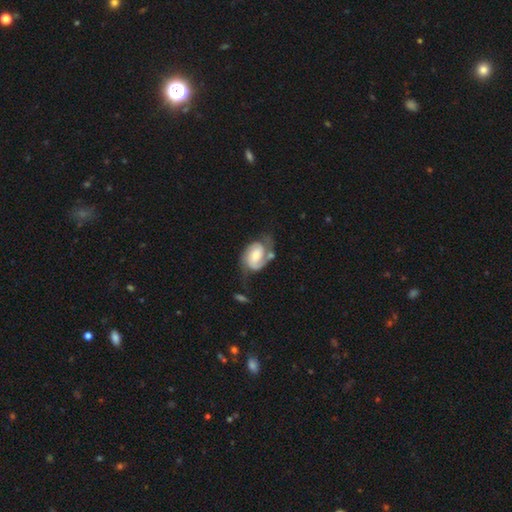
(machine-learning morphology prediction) A featured or disk galaxy (76%) with no bar (48%), 2 (79%) medium (42%) spiral arms (93%) and a moderate central bulge (42%). Merging: none (45%).